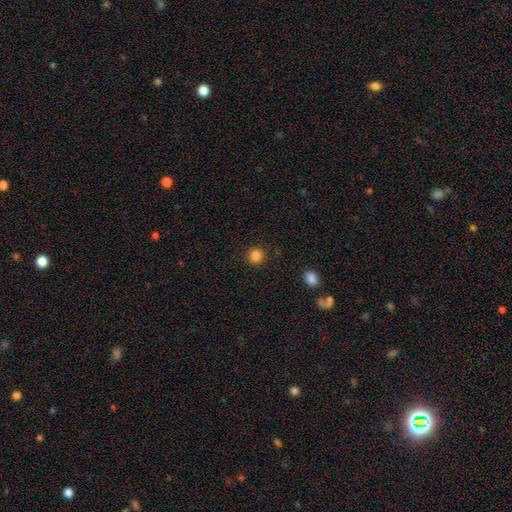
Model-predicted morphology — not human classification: A smooth galaxy with no disk features (85%) that is round (91%). Merging: none (90%).